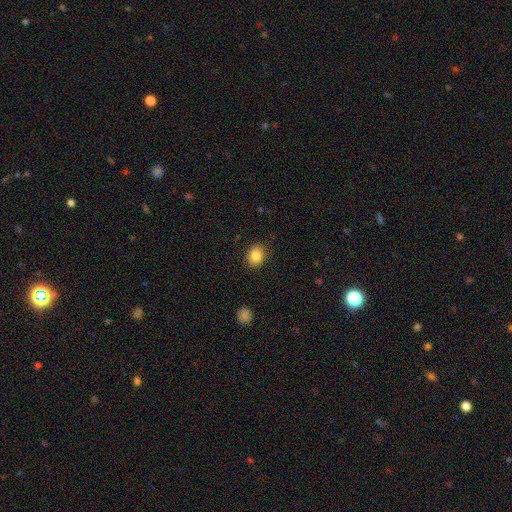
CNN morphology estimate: This appears to be a smooth galaxy with no disk features (84%) that is round (52%). Merging: none (87%).